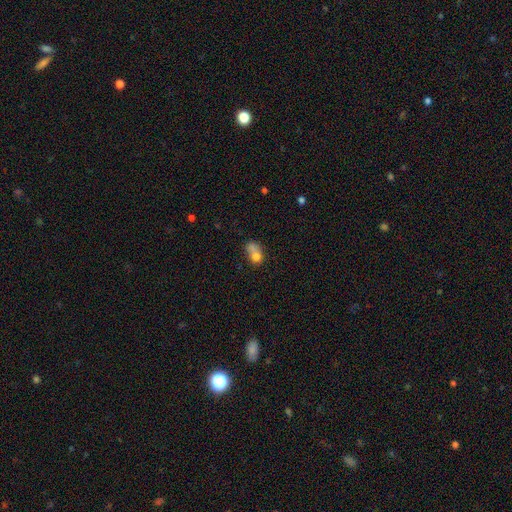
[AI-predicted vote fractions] smooth 70%, featured or disk 18%, star or artifact 11%. Down the decision tree: how rounded — in between (54%); merging — merger (53%).